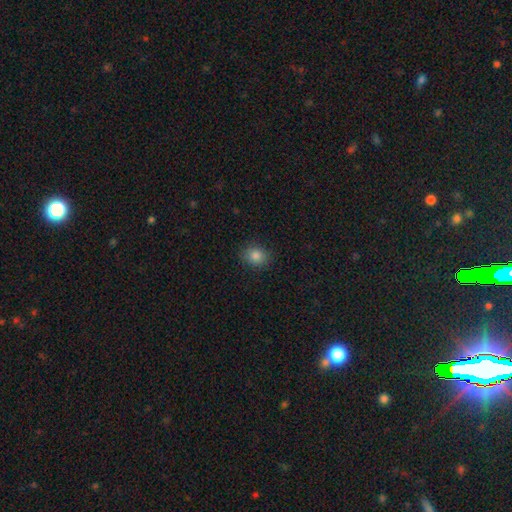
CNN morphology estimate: smooth 84%, star or artifact 11%, featured or disk 5%. Down the decision tree: how rounded — round (61%); merging — none (86%).